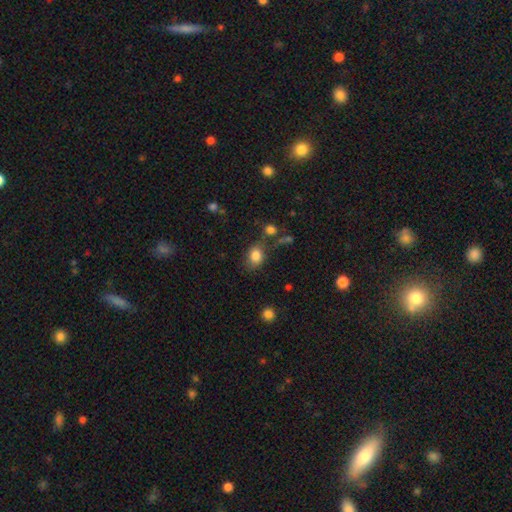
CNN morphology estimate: Smooth or featured?
  - smooth: 82% *
  - star or artifact: 10%
  - featured or disk: 8%
How rounded?
  - in between: 63% *
  - round: 36%
  - cigar-shaped: 1%
Merging?
  - none: 63% *
  - minor disturbance: 20%
  - merger: 9%
  - major disturbance: 8%